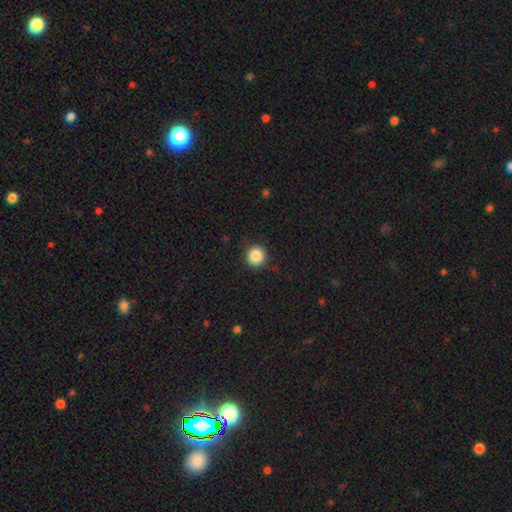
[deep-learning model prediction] smooth-or-featured: smooth: 87% | star or artifact: 10% | featured or disk: 4%
  how-rounded: round: 94% | in between: 5% | cigar-shaped: 1%
  merging: none: 89% | minor disturbance: 7% | major disturbance: 2% | merger: 1%